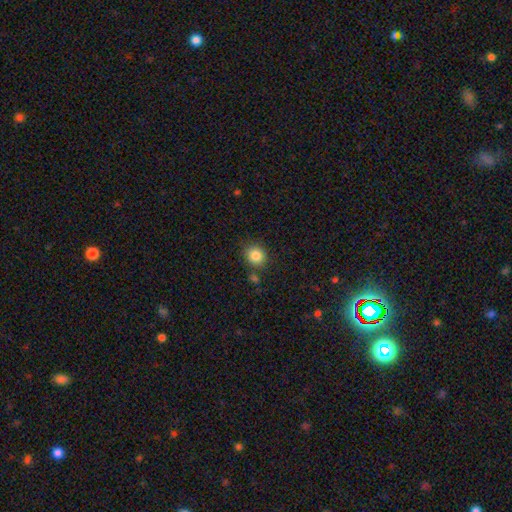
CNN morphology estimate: Smooth or featured: smooth — 85% (star or artifact — 10%)
How rounded: round — 78% (in between — 21%)
Merging: none — 80% (minor disturbance — 10%)